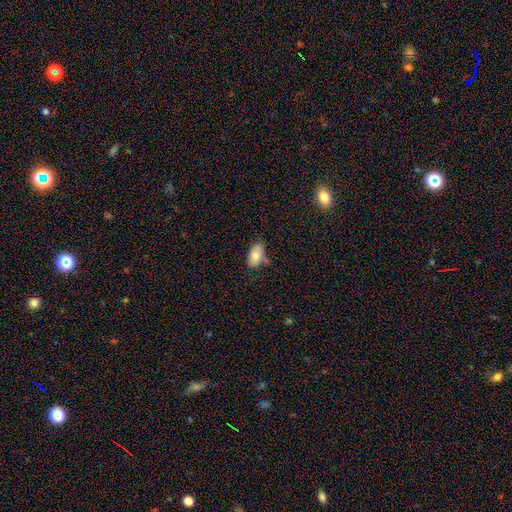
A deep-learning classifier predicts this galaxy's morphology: smooth-or-featured: smooth: 76% | featured or disk: 16% | star or artifact: 7%
  how-rounded: in between: 92% | round: 6% | cigar-shaped: 2%
  merging: none: 63% | minor disturbance: 25% | merger: 7% | major disturbance: 5%